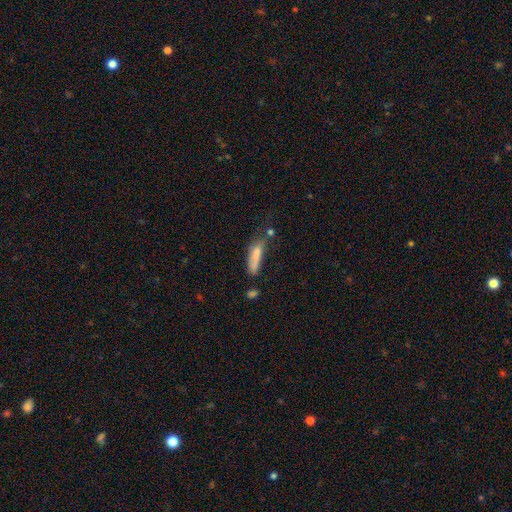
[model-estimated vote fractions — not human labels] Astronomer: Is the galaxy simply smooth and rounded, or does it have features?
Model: smooth — 73%.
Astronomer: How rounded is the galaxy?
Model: cigar-shaped — 62%.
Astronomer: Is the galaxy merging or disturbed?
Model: none — 41% (runner-up: minor disturbance, 28%).